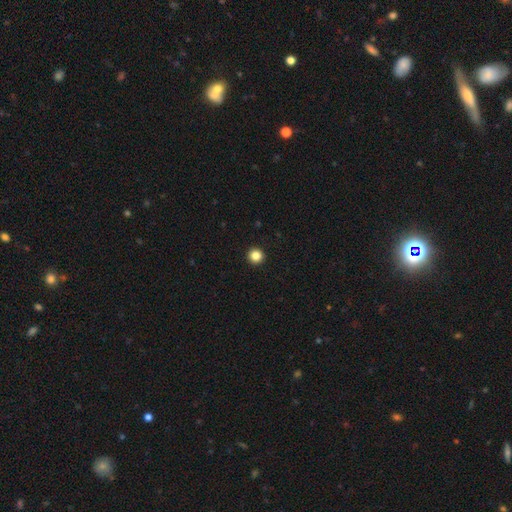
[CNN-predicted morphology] This appears to be a smooth galaxy with no disk features (85%) that is round (96%). Merging: none (94%).